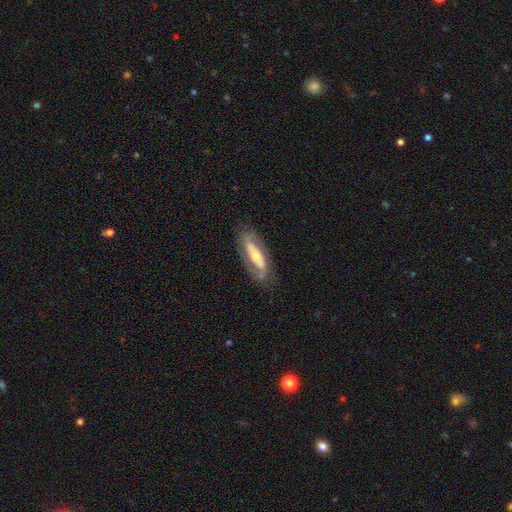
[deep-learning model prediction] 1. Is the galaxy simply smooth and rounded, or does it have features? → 74% featured or disk, 20% smooth, 6% star or artifact.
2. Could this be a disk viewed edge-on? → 80% no, 20% yes.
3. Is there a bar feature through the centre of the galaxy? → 47% strong, 27% weak, 26% no.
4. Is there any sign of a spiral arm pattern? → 76% yes, 24% no.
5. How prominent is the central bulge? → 56% moderate, 35% small, 6% large, 2% none, 1% dominant.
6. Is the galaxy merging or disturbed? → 79% none, 14% minor disturbance, 5% major disturbance, 1% merger.